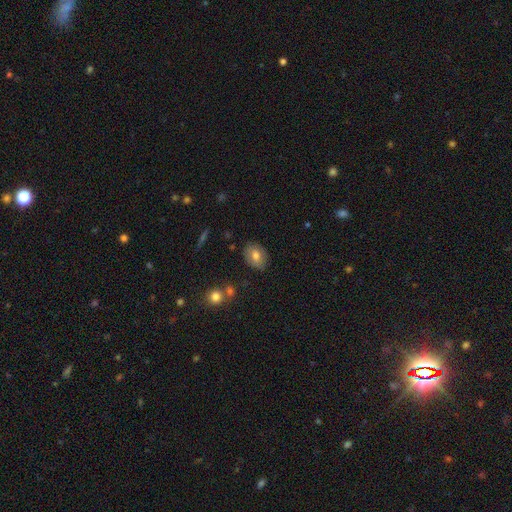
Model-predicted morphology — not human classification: This is likely a smooth galaxy (75%). How rounded: likely in between (74%). Merging: clearly none (84%).